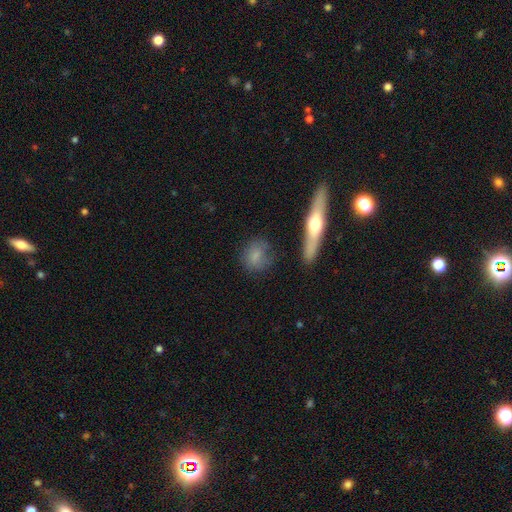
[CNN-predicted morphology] Smooth or featured? smooth (74%)
How rounded? round (65%)
Merging? none (70%)